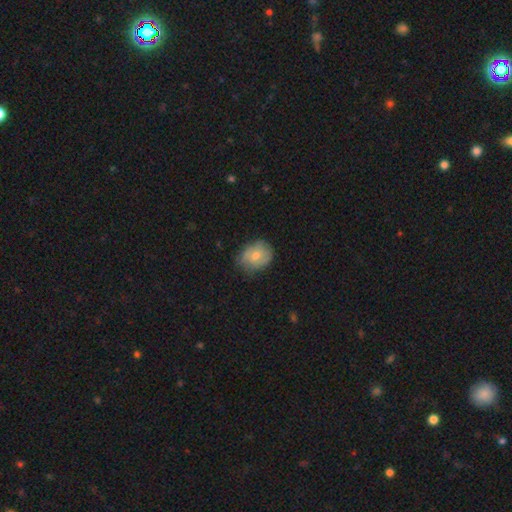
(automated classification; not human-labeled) A smooth galaxy with no disk features (68%) that is in between round and cigar-shaped (50%).

Vote fractions:
- Smooth or featured? smooth: 68% / featured or disk: 25% / star or artifact: 7%
- How rounded? in between: 50% / round: 49% / cigar-shaped: 1%
- Merging? none: 67% / minor disturbance: 26% / major disturbance: 6% / merger: 1%